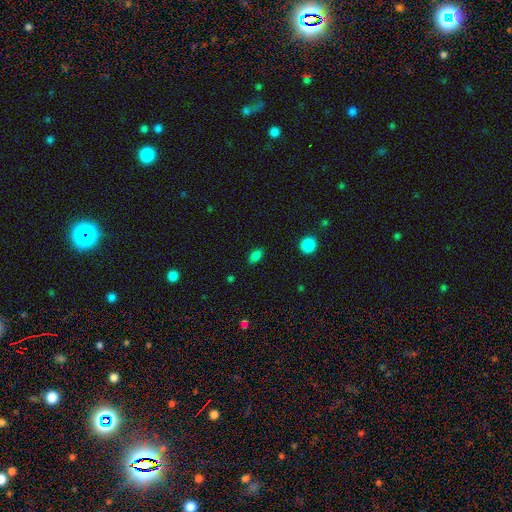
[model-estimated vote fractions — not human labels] Smooth or featured? Predicted: smooth (p=0.82). How rounded? Predicted: in between (p=0.86). Merging? Predicted: none (p=0.83).